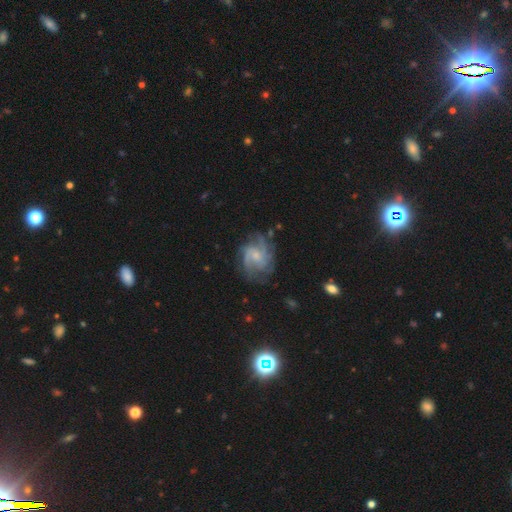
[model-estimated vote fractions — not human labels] A featured or disk galaxy (82%) with no bar (63%), 2 (28%, tied with 3) medium (46%) spiral arms (94%) and a small central bulge (59%).

Vote fractions:
- Smooth or featured? featured or disk: 82% / smooth: 12% / star or artifact: 6%
- Edge-on disk? no: 98% / yes: 2%
- Bar? no: 63% / weak: 32% / strong: 5%
- Spiral arms? yes: 94% / no: 6%
- Spiral winding? medium: 46% / tight: 38% / loose: 16%
- Spiral arm count? 2: 28% (tied) / 3: 28% (tied) / can't tell: 23% / 4: 10% / 1: 6% / more than 4: 5%
- Bulge size? small: 59% / moderate: 32% / none: 6% / large: 2% / dominant: 1%
- Merging? none: 66% / minor disturbance: 20% / major disturbance: 12% / merger: 2%